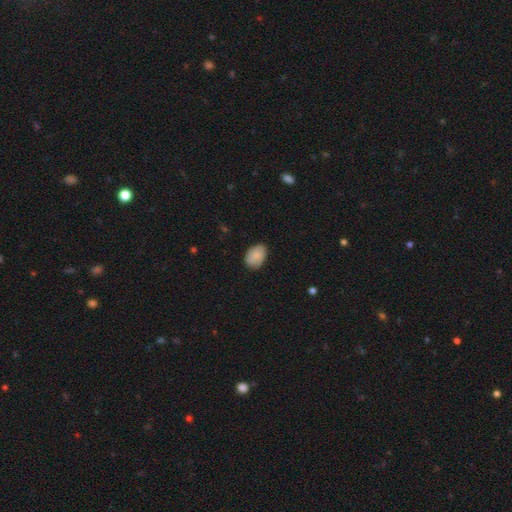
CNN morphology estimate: Smooth or featured? smooth (84%)
How rounded? in between (85%)
Merging? none (78%)